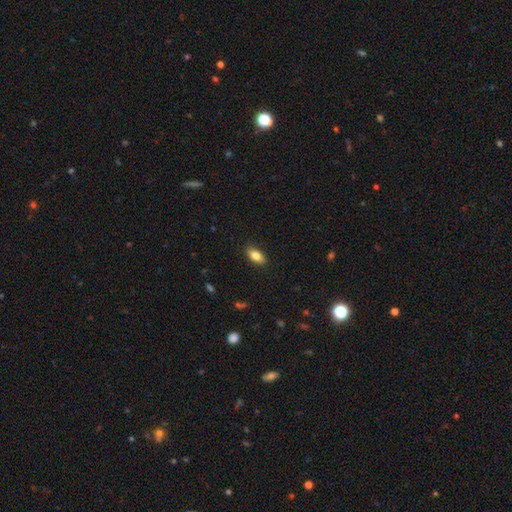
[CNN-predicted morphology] type=smooth (81%); roundness=in between (88%); merging=none (88%).